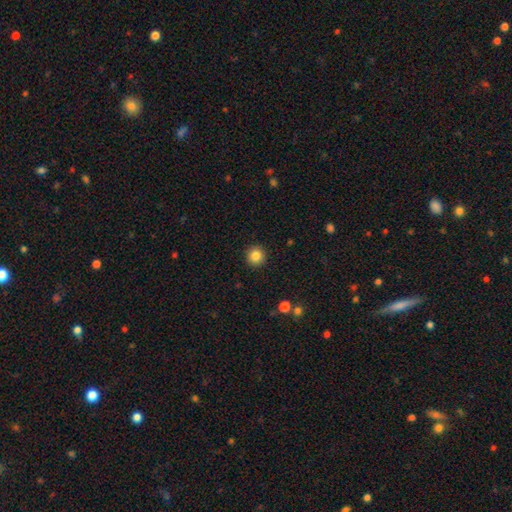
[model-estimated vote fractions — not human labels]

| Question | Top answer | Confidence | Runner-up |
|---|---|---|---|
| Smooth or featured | smooth | 84% | star or artifact (10%) |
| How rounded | round | 94% | in between (5%) |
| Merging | none | 93% | minor disturbance (5%) |